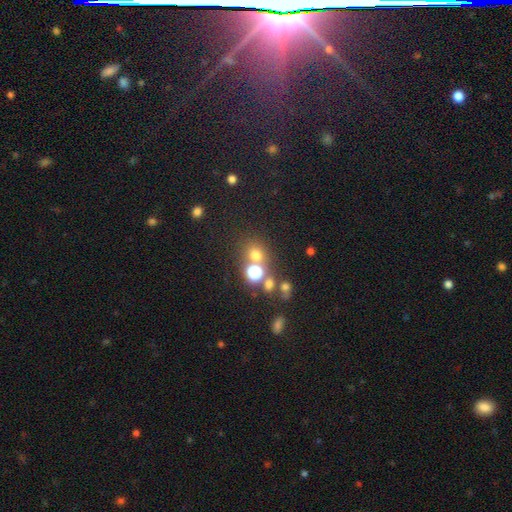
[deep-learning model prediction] smooth-or-featured: smooth: 65% | star or artifact: 27% | featured or disk: 9%
  how-rounded: round: 82% | in between: 17% | cigar-shaped: 1%
  merging: none: 65% | merger: 22% | minor disturbance: 9% | major disturbance: 5%